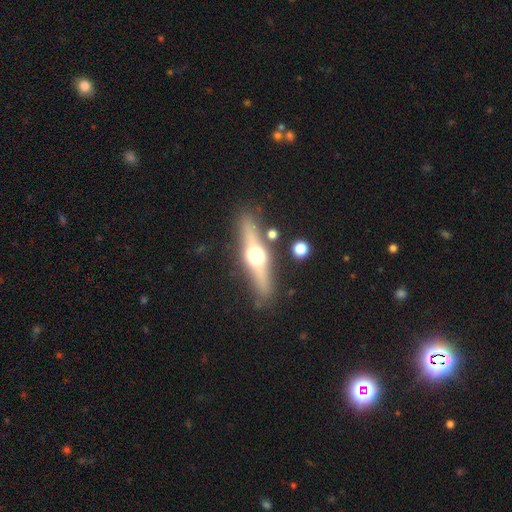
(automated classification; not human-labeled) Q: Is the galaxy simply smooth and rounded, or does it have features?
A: featured or disk — 66%.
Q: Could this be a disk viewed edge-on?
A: yes — 93%.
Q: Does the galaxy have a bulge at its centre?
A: rounded — 95%.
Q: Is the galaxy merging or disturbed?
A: none — 83%.